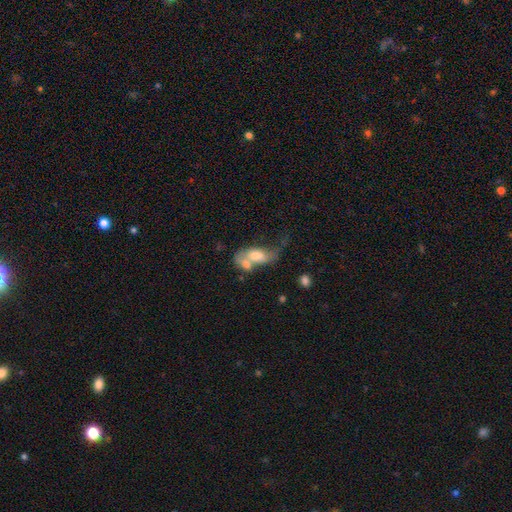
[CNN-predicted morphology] Smooth or featured: smooth — 58% (featured or disk — 34%)
How rounded: in between — 82% (round — 11%)
Merging: merger — 63% (major disturbance — 14%)